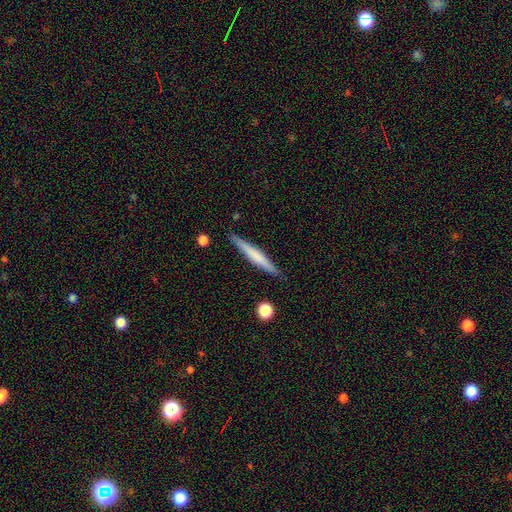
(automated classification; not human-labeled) This appears to be a smooth galaxy with no disk features (51%) that is cigar-shaped (95%). Merging: none (89%).